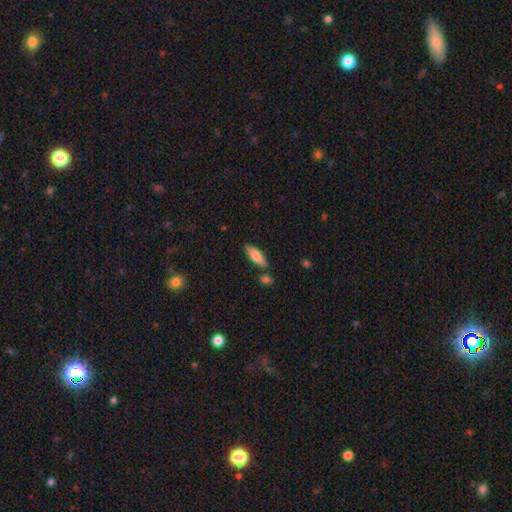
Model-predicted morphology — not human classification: smooth 72%, featured or disk 22%, star or artifact 6%. Down the decision tree: how rounded — in between (56%); merging — none (80%).